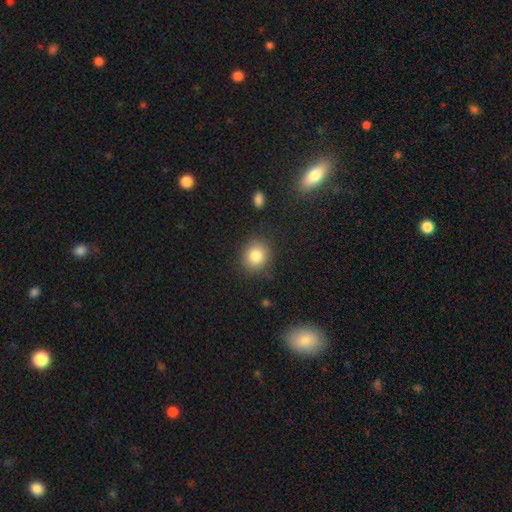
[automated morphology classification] Smooth or featured: smooth — 83% (star or artifact — 10%)
How rounded: round — 73% (in between — 26%)
Merging: none — 84% (minor disturbance — 11%)